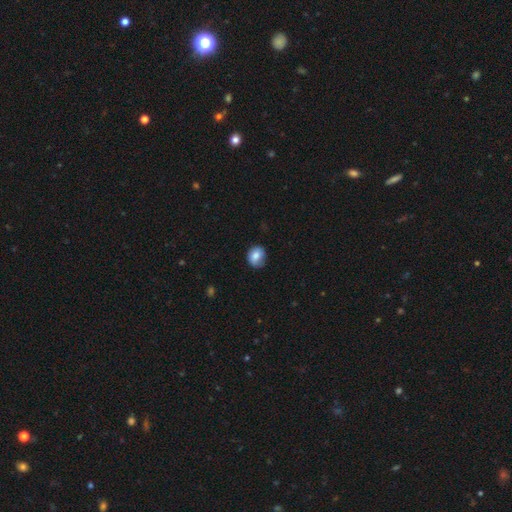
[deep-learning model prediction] smooth-or-featured: smooth: 79% | featured or disk: 13% | star or artifact: 8%
  how-rounded: round: 62% | in between: 37% | cigar-shaped: 1%
  merging: none: 69% | minor disturbance: 24% | major disturbance: 6% | merger: 1%